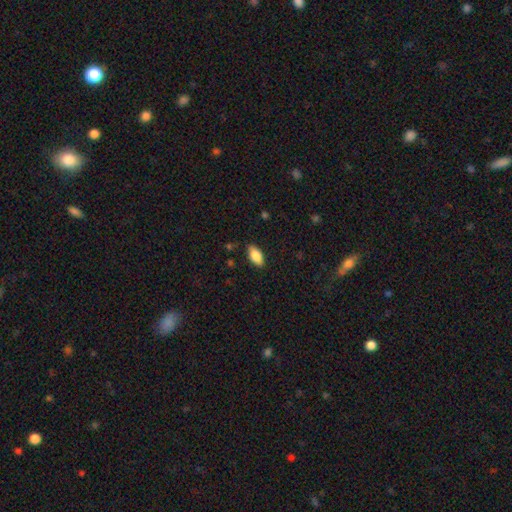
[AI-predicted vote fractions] smooth_or_featured: smooth (p=0.84) [alt: featured or disk p=0.09]
how_rounded: in between (p=0.92) [alt: cigar-shaped p=0.06]
merging: none (p=0.84) [alt: minor disturbance p=0.12]